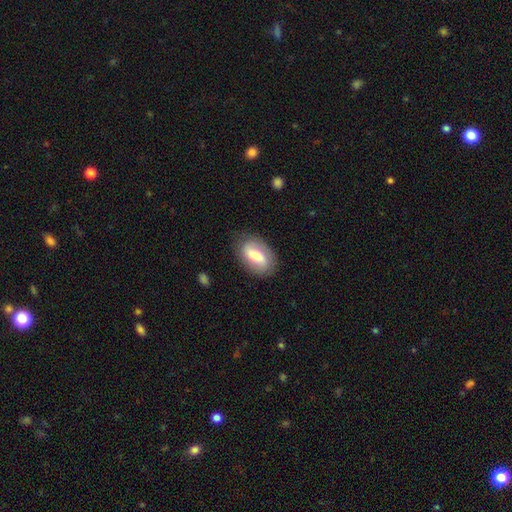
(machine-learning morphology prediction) Smooth or featured? smooth (54%)
How rounded? in between (88%)
Merging? none (80%)